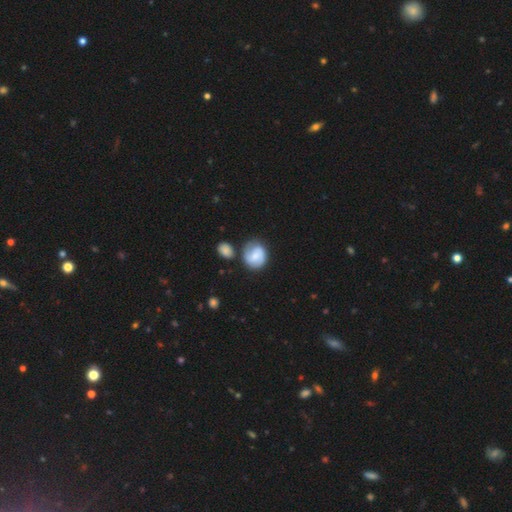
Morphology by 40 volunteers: A smooth galaxy with no disk features (57%) that is round (83%). Merging: none (59%).